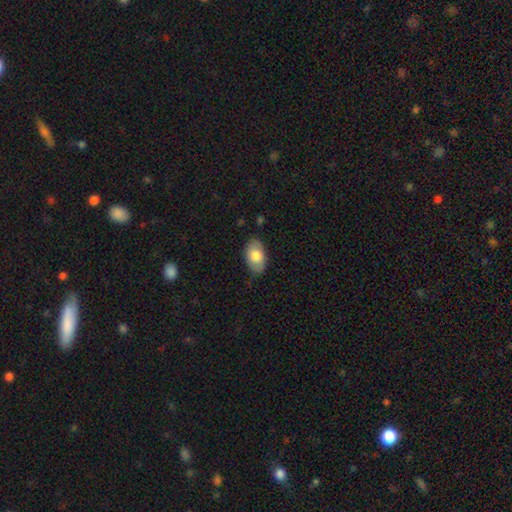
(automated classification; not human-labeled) This is likely a smooth galaxy (77%). How rounded: clearly in between (93%). Merging: clearly none (81%).